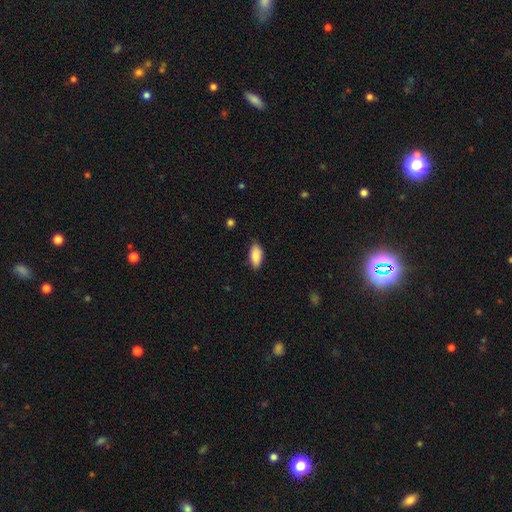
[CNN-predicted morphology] The model was most divided on "merging": none: 83%, minor disturbance: 13%, major disturbance: 2%, merger: 1%. More confident: how rounded — in between (90%); smooth or featured — smooth (88%).